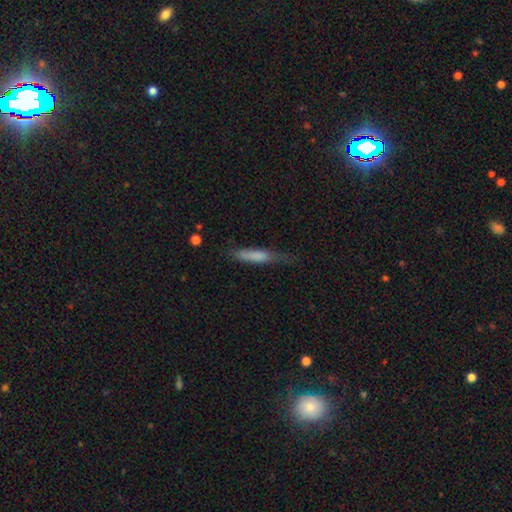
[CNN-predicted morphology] Smooth or featured?
  - smooth: 73% *
  - featured or disk: 20%
  - star or artifact: 7%
How rounded?
  - cigar-shaped: 85% *
  - in between: 14%
  - round: 2%
Merging?
  - none: 56% *
  - minor disturbance: 30%
  - major disturbance: 11%
  - merger: 2%